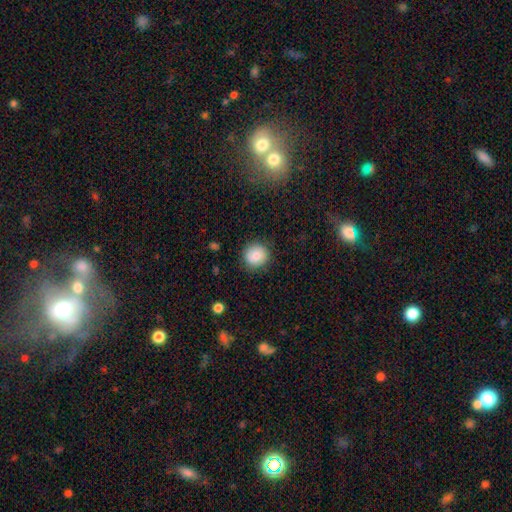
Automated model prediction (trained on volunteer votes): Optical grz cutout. It shows a smooth galaxy with no disk features (82%) that is round (88%). Merging: none (86%).